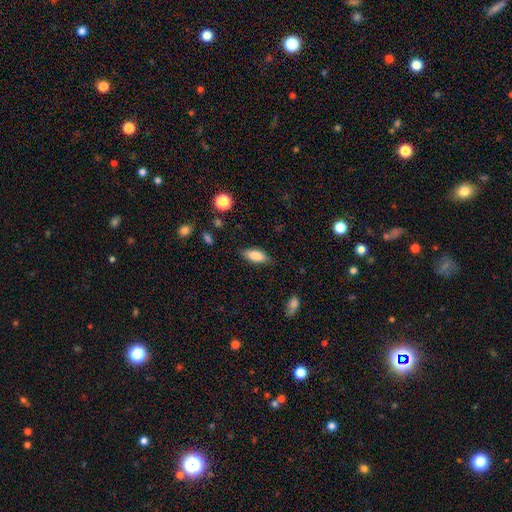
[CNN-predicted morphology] Smooth or featured?
  - smooth: 81% *
  - featured or disk: 12%
  - star or artifact: 7%
How rounded?
  - in between: 77% *
  - cigar-shaped: 20%
  - round: 2%
Merging?
  - none: 81% *
  - minor disturbance: 14%
  - major disturbance: 3%
  - merger: 1%